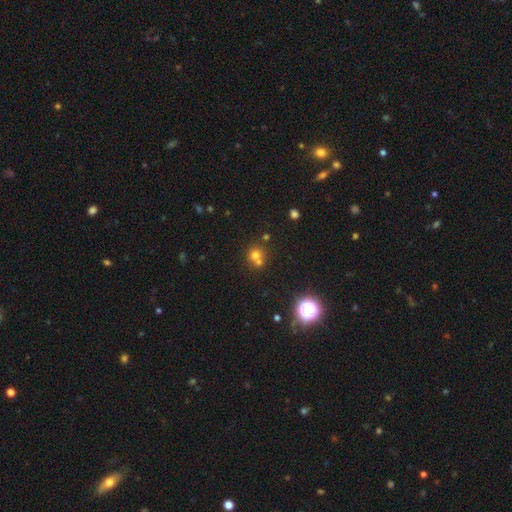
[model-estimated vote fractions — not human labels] smooth_or_featured: smooth (p=0.66) [alt: star or artifact p=0.21]
how_rounded: round (p=0.86) [alt: in between p=0.13]
merging: none (p=0.47) [alt: merger p=0.44]